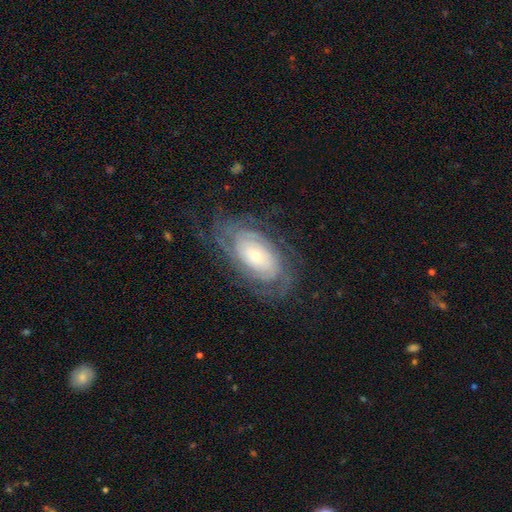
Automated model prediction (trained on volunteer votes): Morphology: type=featured or disk (83%); edge-on=no (95%); bar=no (73%); spiral arms=yes (94%); winding=tight (76%); arm count=can't tell (43%); bulge=small (67%); merging=none (73%).